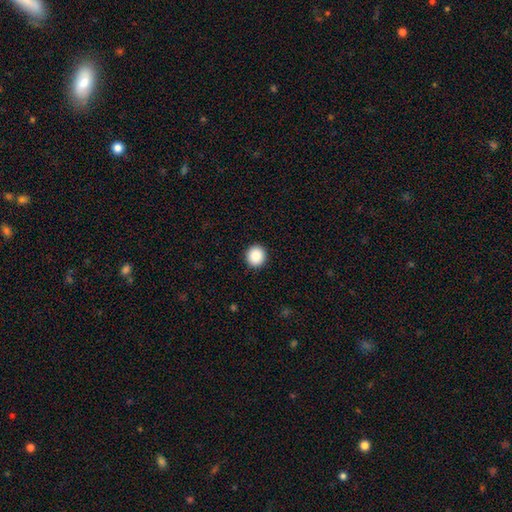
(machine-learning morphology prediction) The model was most divided on "smooth or featured": smooth: 88%, star or artifact: 9%, featured or disk: 3%. More confident: merging — none (93%); how rounded — round (91%).